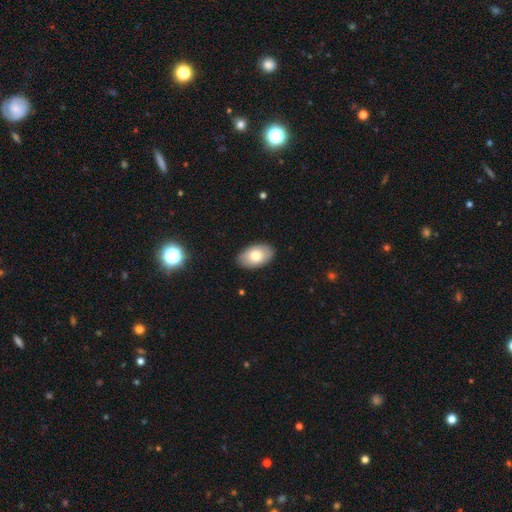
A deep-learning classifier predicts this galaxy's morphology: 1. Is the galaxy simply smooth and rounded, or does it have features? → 75% smooth, 18% featured or disk, 6% star or artifact.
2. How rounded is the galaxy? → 94% in between, 5% round, 1% cigar-shaped.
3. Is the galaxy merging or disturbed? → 87% none, 10% minor disturbance, 2% major disturbance, 1% merger.